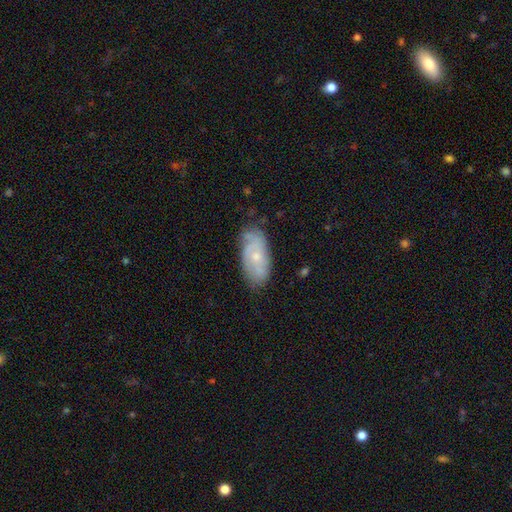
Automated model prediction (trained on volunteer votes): The model was most divided on "bulge size": small: 60%, moderate: 35%, none: 3%, large: 1%, dominant: 1%. More confident: edge-on disk — no (92%); spiral arms — yes (81%); bar — no (74%); merging — none (67%); smooth or featured — featured or disk (60%).